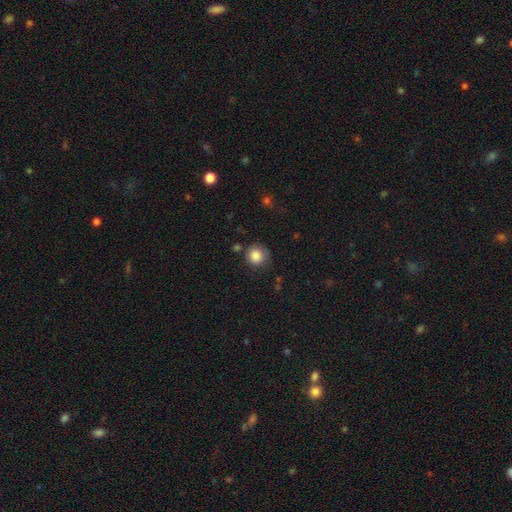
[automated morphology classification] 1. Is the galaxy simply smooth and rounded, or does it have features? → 86% smooth, 10% star or artifact, 5% featured or disk.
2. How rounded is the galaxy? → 91% round, 8% in between, 1% cigar-shaped.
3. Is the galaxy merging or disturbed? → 76% none, 16% minor disturbance, 5% major disturbance, 4% merger.